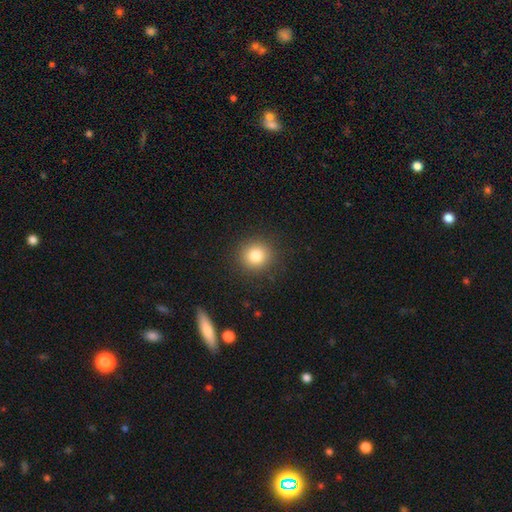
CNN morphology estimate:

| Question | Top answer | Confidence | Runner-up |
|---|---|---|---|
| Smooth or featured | smooth | 81% | star or artifact (11%) |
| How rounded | round | 92% | in between (7%) |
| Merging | none | 90% | minor disturbance (6%) |